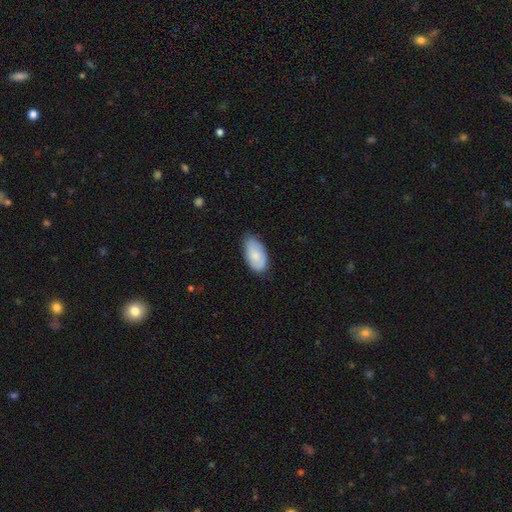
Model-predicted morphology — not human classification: A smooth galaxy with no disk features (80%) that is in between round and cigar-shaped (95%).

Vote fractions:
- Smooth or featured? smooth: 80% / featured or disk: 14% / star or artifact: 6%
- How rounded? in between: 95% / round: 3% / cigar-shaped: 2%
- Merging? none: 71% / minor disturbance: 25% / major disturbance: 3% / merger: 1%